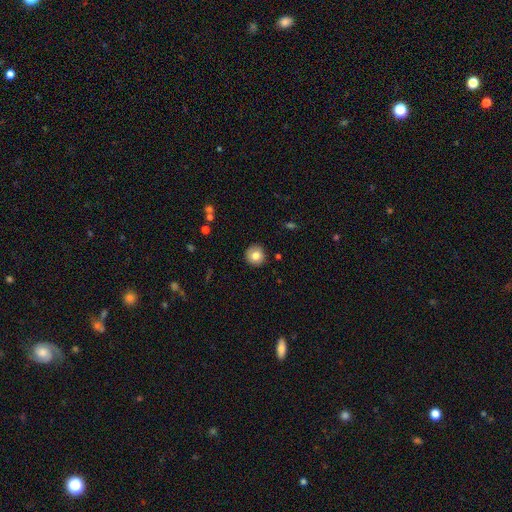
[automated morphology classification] A smooth galaxy with no disk features (81%) that is round (93%). Merging: none (90%).